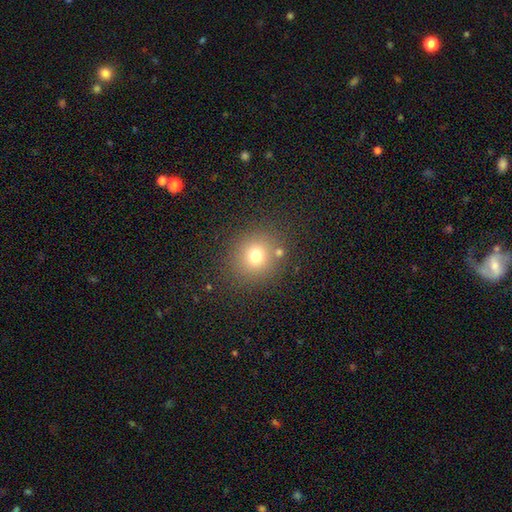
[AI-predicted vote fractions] Smooth or featured?
  - smooth: 72% *
  - star or artifact: 18%
  - featured or disk: 10%
How rounded?
  - round: 89% *
  - in between: 10%
  - cigar-shaped: 1%
Merging?
  - none: 82% *
  - minor disturbance: 9%
  - merger: 6%
  - major disturbance: 4%